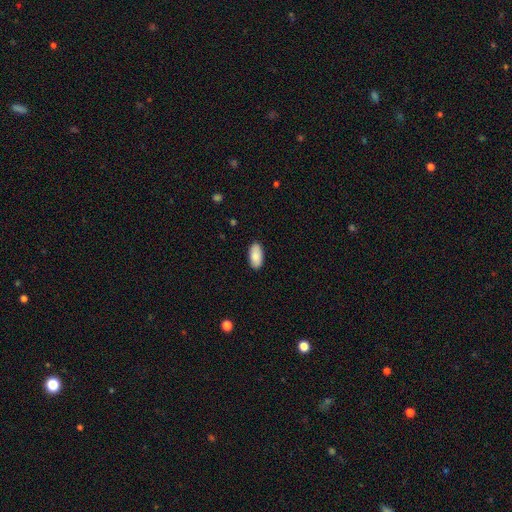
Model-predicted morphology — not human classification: type=smooth (87%); roundness=in between (94%); merging=none (89%).